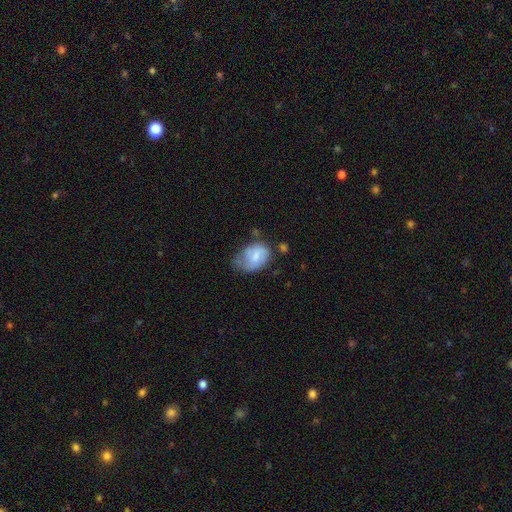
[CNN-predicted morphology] This is likely a smooth galaxy (60%). How rounded: likely in between (76%). Merging: marginally minor disturbance (40%).